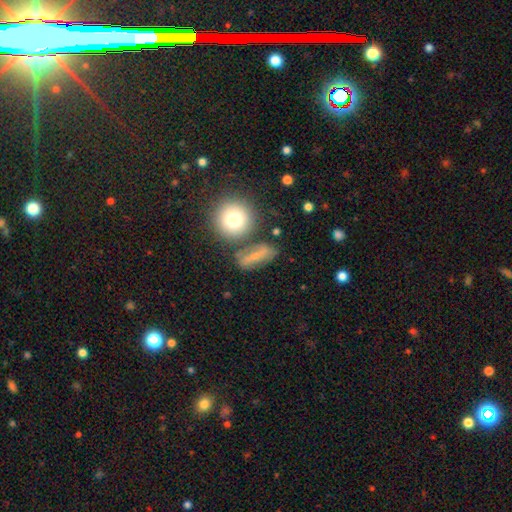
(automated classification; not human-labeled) A smooth galaxy with no disk features (59%) that is in between round and cigar-shaped (50%). Merging: none (63%).